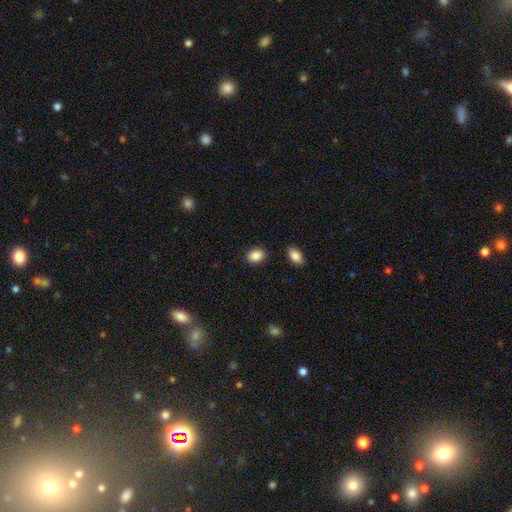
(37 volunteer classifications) Volunteers were most divided on "how rounded": in between: 62%, round: 38%, cigar-shaped: 0%. More confident: merging — none (94%); smooth or featured — smooth (92%).